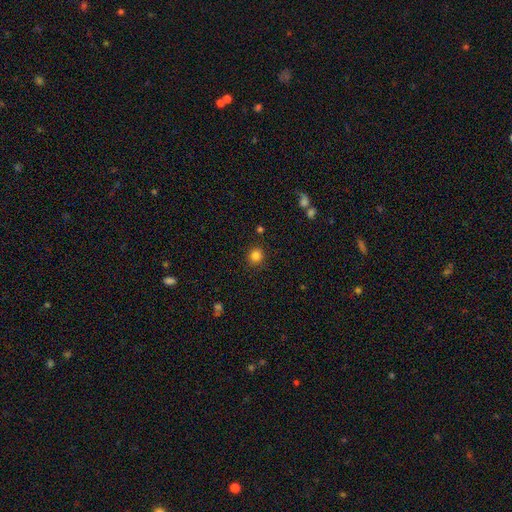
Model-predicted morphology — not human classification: Smooth or featured: smooth — 84% (star or artifact — 12%)
How rounded: round — 91% (in between — 8%)
Merging: none — 89% (minor disturbance — 7%)